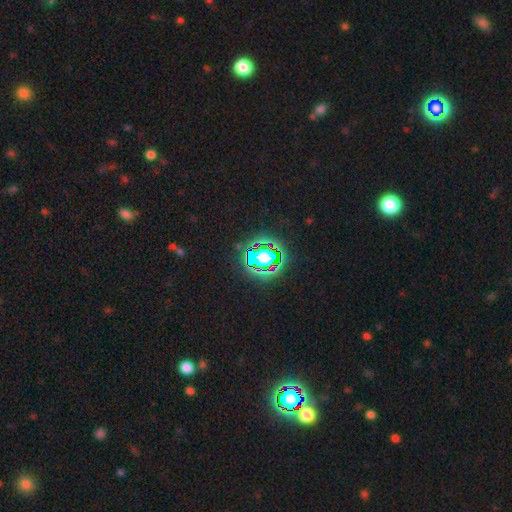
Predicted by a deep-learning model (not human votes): Smooth or featured: star or artifact — 79% (smooth — 13%)